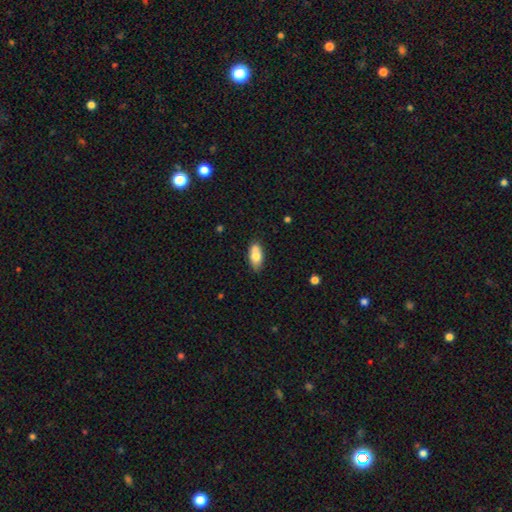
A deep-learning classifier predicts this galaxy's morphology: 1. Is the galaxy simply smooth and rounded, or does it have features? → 74% smooth, 19% featured or disk, 7% star or artifact.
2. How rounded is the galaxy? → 88% in between, 9% cigar-shaped, 3% round.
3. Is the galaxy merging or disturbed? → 71% none, 18% minor disturbance, 8% merger, 3% major disturbance.